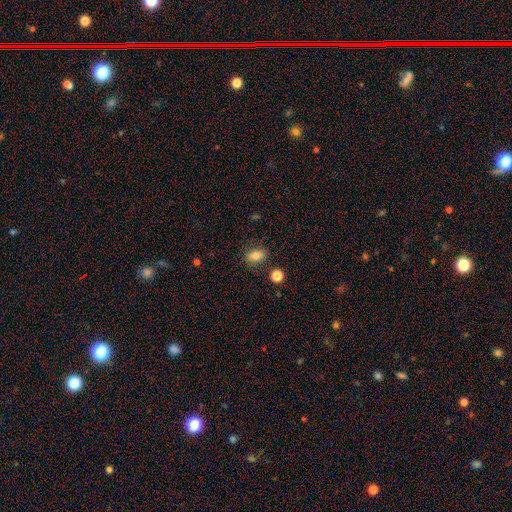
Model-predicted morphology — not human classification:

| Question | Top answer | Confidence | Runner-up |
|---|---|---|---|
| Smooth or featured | smooth | 79% | featured or disk (11%) |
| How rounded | in between | 77% | round (20%) |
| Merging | none | 80% | minor disturbance (12%) |